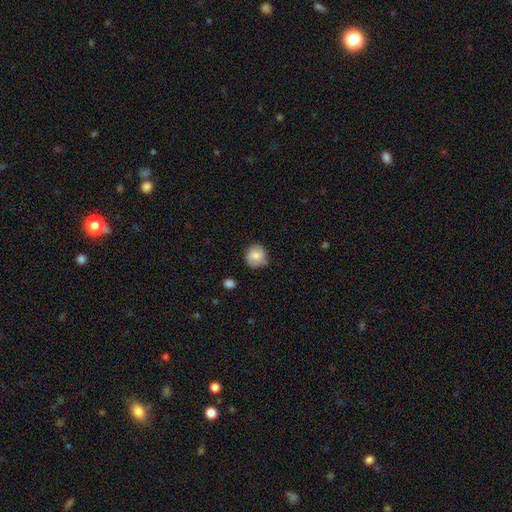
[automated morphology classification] Q: Smooth or featured?
A: smooth (80%); runner-up: featured or disk (12%)
Q: How rounded?
A: round (89%); runner-up: in between (10%)
Q: Merging?
A: none (78%); runner-up: minor disturbance (17%)